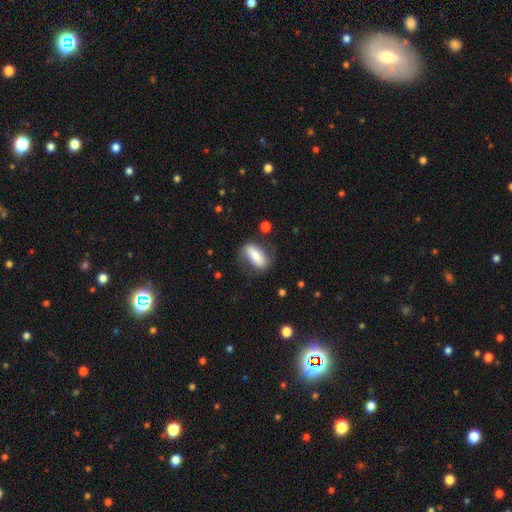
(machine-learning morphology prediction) Overall: smooth (53%; featured or disk 41%). How rounded: in between (80%). Merging: none (69%).